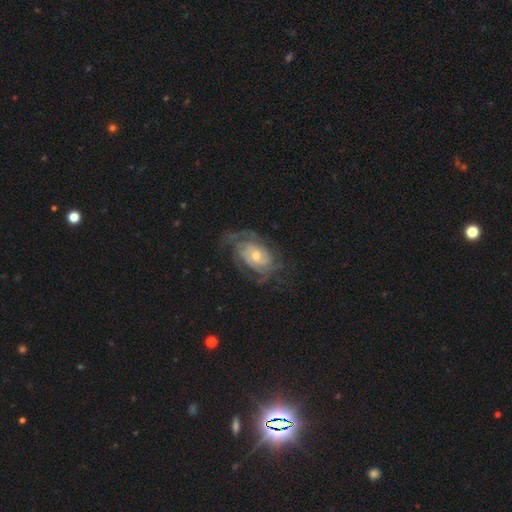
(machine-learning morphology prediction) Overall: featured or disk (86%). Edge-on disk: no (96%). Bar: no (68%). Spiral arms: yes (95%). Spiral arm count: can't tell (33%; 2 26%). Spiral winding: tight (61%; medium 30%). Bulge size: moderate (56%; small 37%). Merging: none (65%).